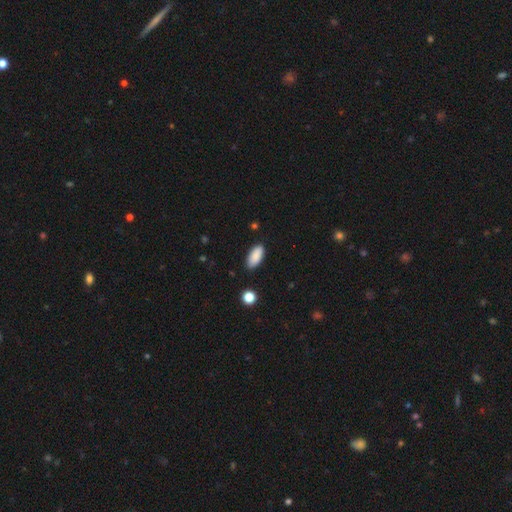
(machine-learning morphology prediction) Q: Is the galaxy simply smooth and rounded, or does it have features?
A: smooth — 89%.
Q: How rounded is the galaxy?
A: in between — 90%.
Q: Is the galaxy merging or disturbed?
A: none — 85%.